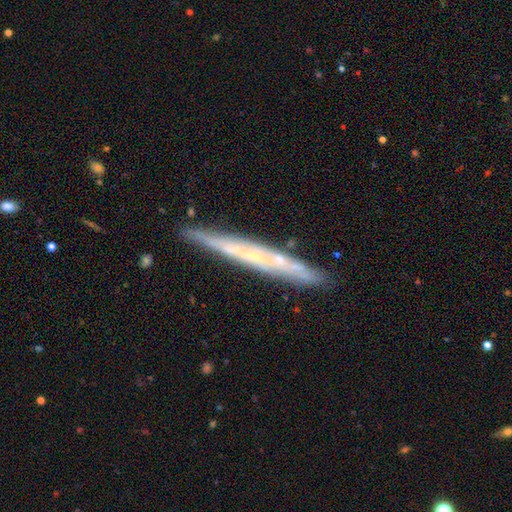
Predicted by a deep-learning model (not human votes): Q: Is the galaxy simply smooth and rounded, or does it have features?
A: featured or disk — 67%.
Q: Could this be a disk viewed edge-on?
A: yes — 92%.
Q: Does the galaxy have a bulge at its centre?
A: none — 71%.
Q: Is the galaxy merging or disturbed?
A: none — 86%.